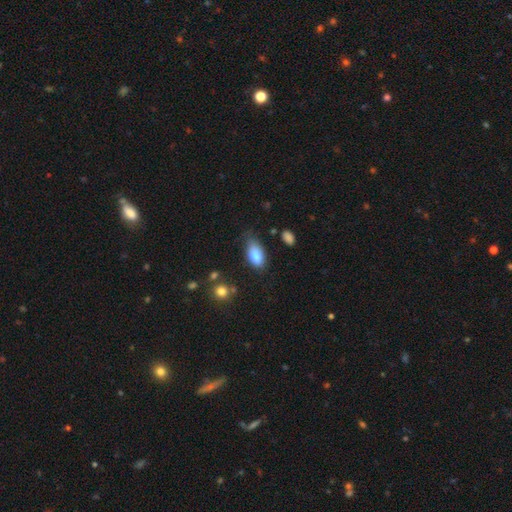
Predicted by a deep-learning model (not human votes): Morphology: type=smooth (84%); roundness=in between (90%); merging=none (60%).